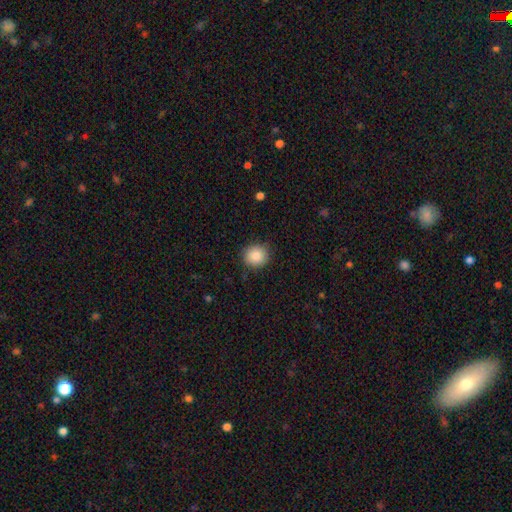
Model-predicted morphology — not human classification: type=smooth (88%); roundness=round (86%); merging=none (86%).